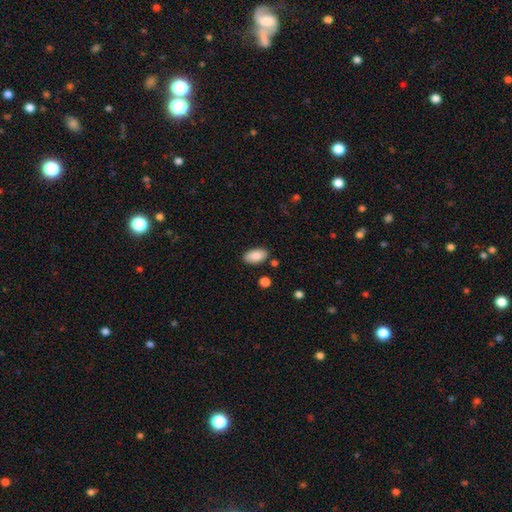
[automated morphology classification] A smooth galaxy with no disk features (88%) that is in between round and cigar-shaped (94%). Merging: none (85%).